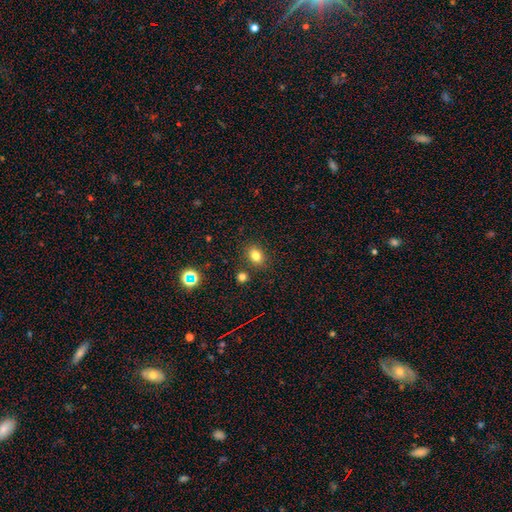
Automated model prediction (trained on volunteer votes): Smooth or featured: smooth — 78% (star or artifact — 14%)
How rounded: in between — 61% (round — 38%)
Merging: none — 82% (minor disturbance — 10%)